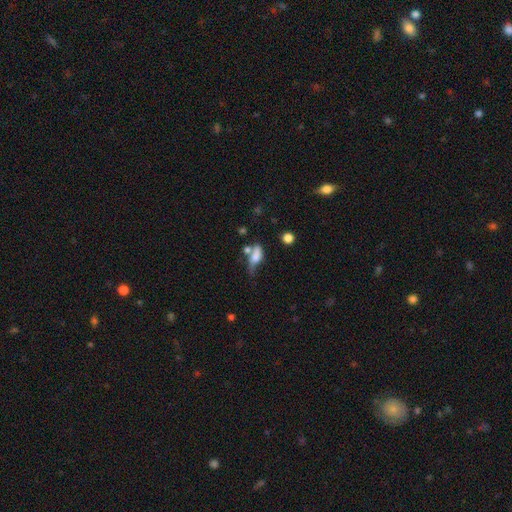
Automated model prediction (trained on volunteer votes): Q: Smooth or featured?
A: smooth (61%); runner-up: featured or disk (28%)
Q: How rounded?
A: in between (68%); runner-up: cigar-shaped (23%)
Q: Merging?
A: merger (26%); tied with: none (26%)